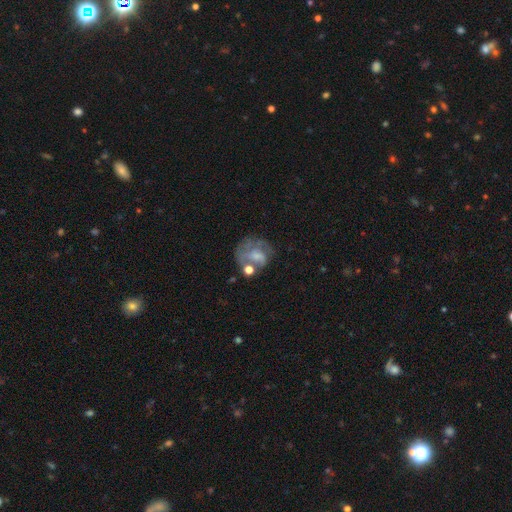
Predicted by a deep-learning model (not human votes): Smooth or featured: featured or disk — 49% (smooth — 40%)
Merging: none — 37% (major disturbance — 29%)